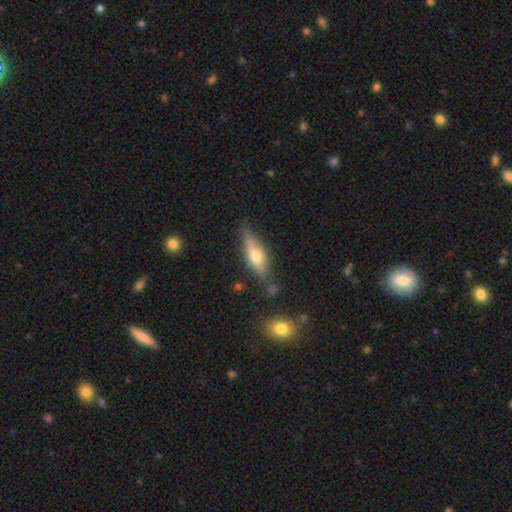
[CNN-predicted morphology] This is possibly a smooth galaxy (49%). Merging: likely none (70%).